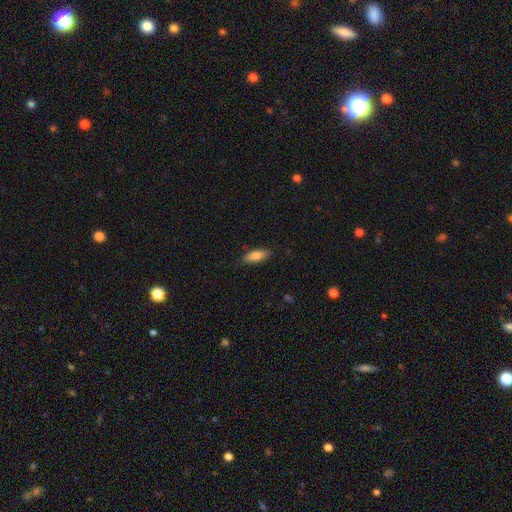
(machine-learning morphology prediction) Smooth or featured: smooth — 83% (featured or disk — 10%)
How rounded: in between — 67% (cigar-shaped — 31%)
Merging: none — 85% (minor disturbance — 12%)